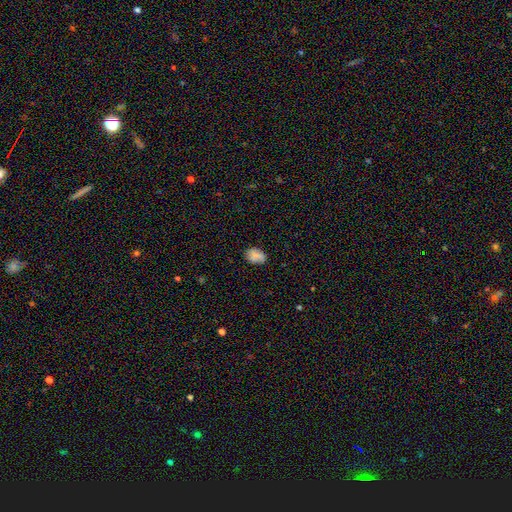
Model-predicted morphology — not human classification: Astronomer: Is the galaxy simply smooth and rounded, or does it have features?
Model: smooth — 78%.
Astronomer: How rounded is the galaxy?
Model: in between — 76%.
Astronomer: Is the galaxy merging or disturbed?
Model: none — 73%.